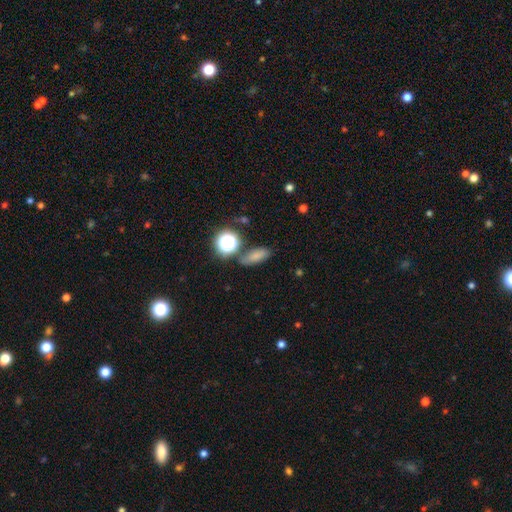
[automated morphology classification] smooth_or_featured: smooth (p=0.73) [alt: star or artifact p=0.17]
how_rounded: in between (p=0.66) [alt: cigar-shaped p=0.17]
merging: none (p=0.75) [alt: minor disturbance p=0.13]